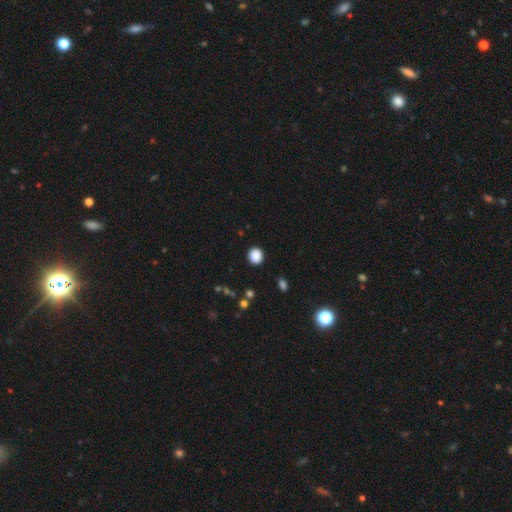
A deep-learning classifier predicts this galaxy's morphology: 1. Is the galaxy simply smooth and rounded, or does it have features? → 87% smooth, 10% star or artifact, 3% featured or disk.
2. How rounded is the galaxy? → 85% round, 14% in between, 1% cigar-shaped.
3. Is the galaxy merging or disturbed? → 90% none, 6% minor disturbance, 2% major disturbance, 1% merger.